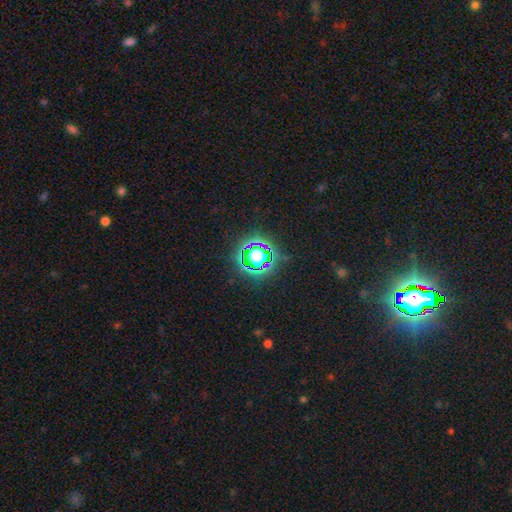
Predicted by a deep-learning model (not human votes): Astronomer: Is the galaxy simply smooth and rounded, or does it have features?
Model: star or artifact — 75%.